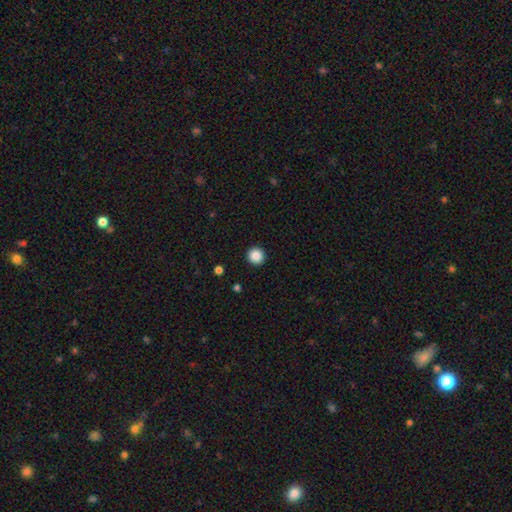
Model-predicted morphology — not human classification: type=smooth (87%); roundness=round (96%); merging=none (94%).